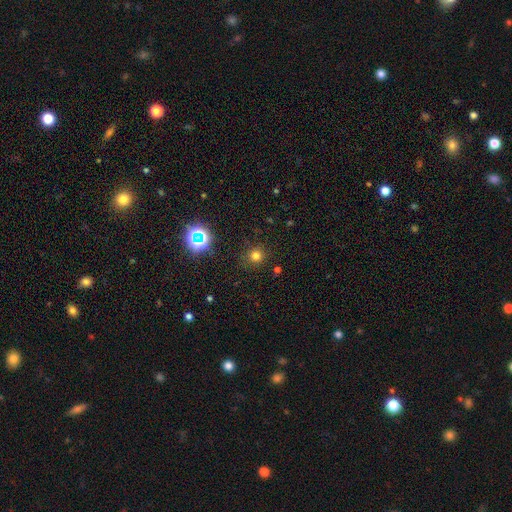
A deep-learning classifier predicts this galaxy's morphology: Smooth or featured? smooth (72%)
How rounded? round (93%)
Merging? none (87%)